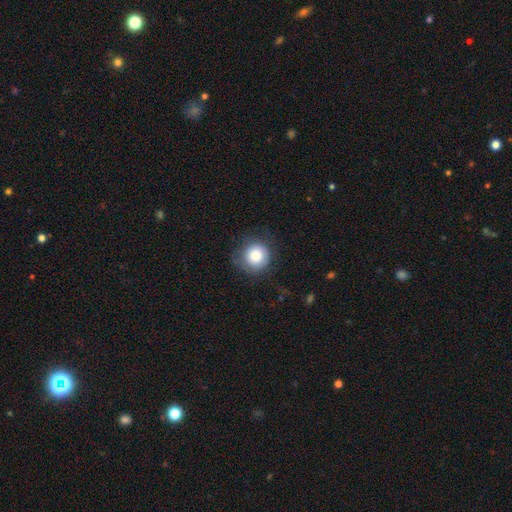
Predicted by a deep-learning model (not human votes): This is clearly a smooth galaxy (84%). How rounded: clearly round (93%). Merging: likely none (75%).